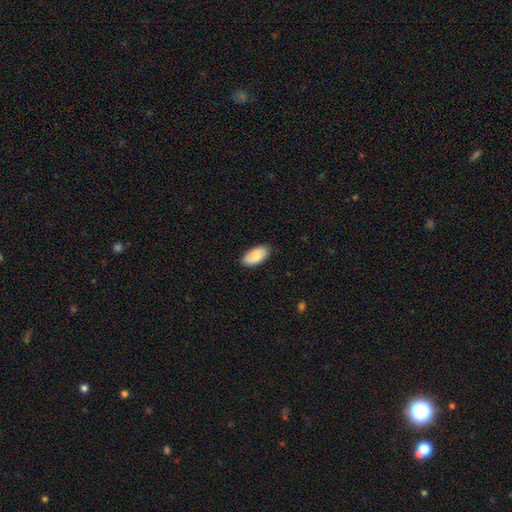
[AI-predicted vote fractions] Smooth or featured? Predicted: smooth (p=0.76). How rounded? Predicted: in between (p=0.94). Merging? Predicted: none (p=0.85).